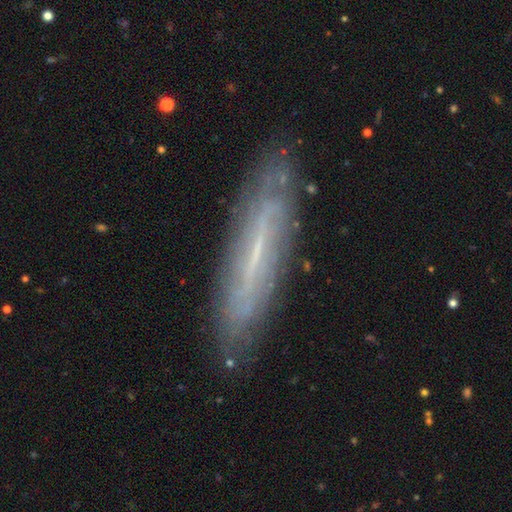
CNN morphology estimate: type=featured or disk (63%); edge-on=yes (55%); merging=none (82%).